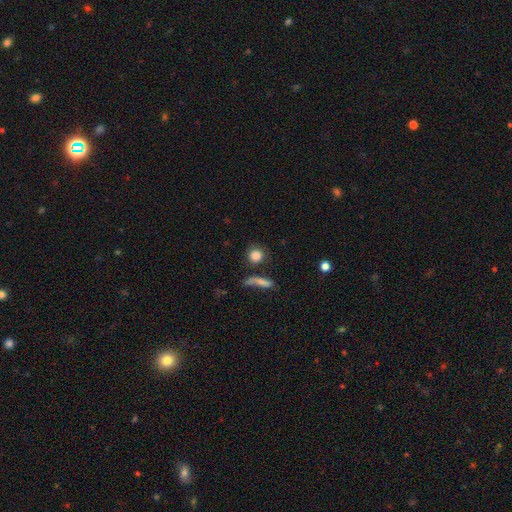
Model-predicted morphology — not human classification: smooth-or-featured: smooth: 83% | star or artifact: 10% | featured or disk: 7%
  how-rounded: round: 85% | in between: 11% | cigar-shaped: 4%
  merging: none: 71% | minor disturbance: 12% | merger: 11% | major disturbance: 6%